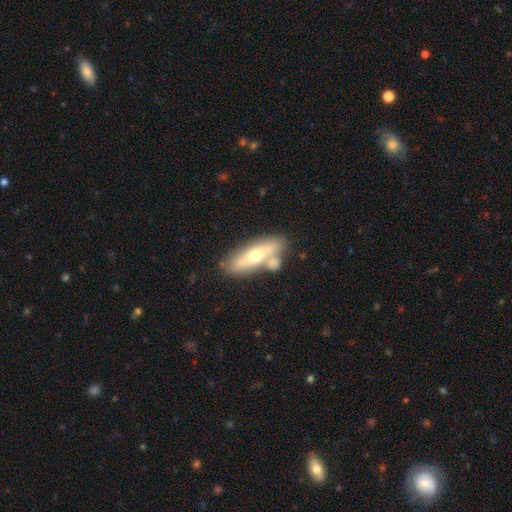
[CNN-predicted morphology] smooth-or-featured: featured or disk: 48% | smooth: 47% | star or artifact: 6%
  merging: none: 55% | merger: 25% | minor disturbance: 15% | major disturbance: 5%